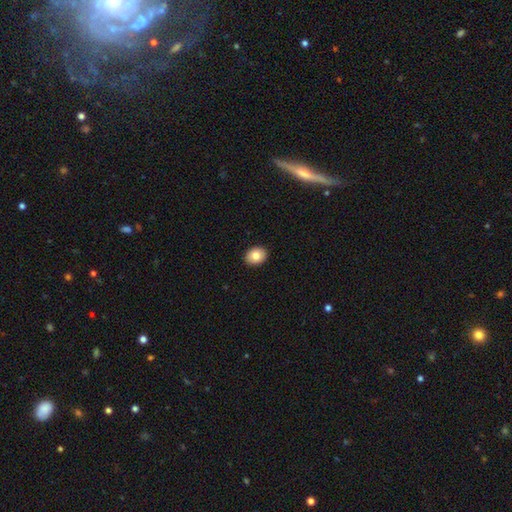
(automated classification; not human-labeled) Q: Smooth or featured?
A: smooth (82%); runner-up: featured or disk (10%)
Q: How rounded?
A: in between (55%); runner-up: round (44%)
Q: Merging?
A: none (92%); runner-up: minor disturbance (6%)